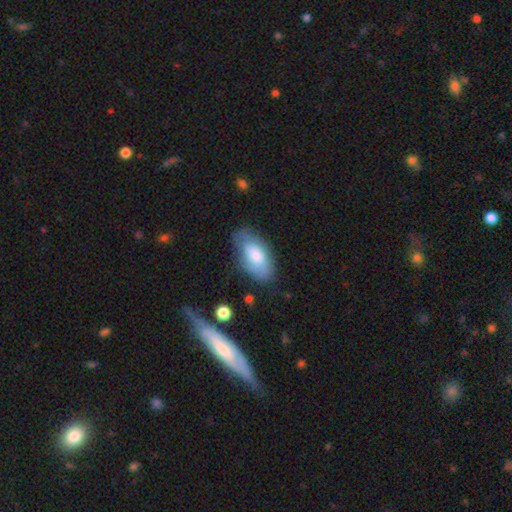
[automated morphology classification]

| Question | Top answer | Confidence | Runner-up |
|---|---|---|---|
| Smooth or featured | smooth | 69% | featured or disk (25%) |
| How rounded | in between | 93% | cigar-shaped (4%) |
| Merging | none | 66% | minor disturbance (24%) |